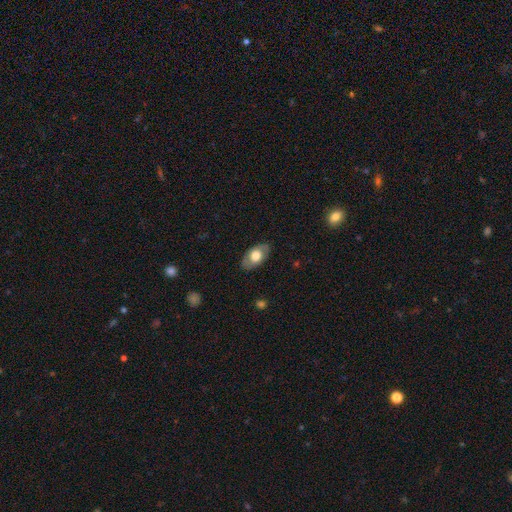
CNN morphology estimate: Q: Smooth or featured?
A: smooth (62%); runner-up: featured or disk (32%)
Q: How rounded?
A: in between (92%); runner-up: round (6%)
Q: Merging?
A: none (83%); runner-up: minor disturbance (13%)